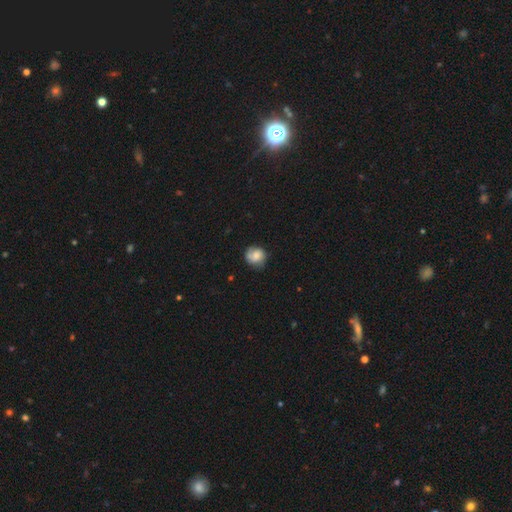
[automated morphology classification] A smooth galaxy with no disk features (56%) that is round (80%).

Vote fractions:
- Smooth or featured? smooth: 56% / featured or disk: 35% / star or artifact: 9%
- How rounded? round: 80% / in between: 19% / cigar-shaped: 1%
- Merging? none: 68% / minor disturbance: 24% / major disturbance: 7% / merger: 2%